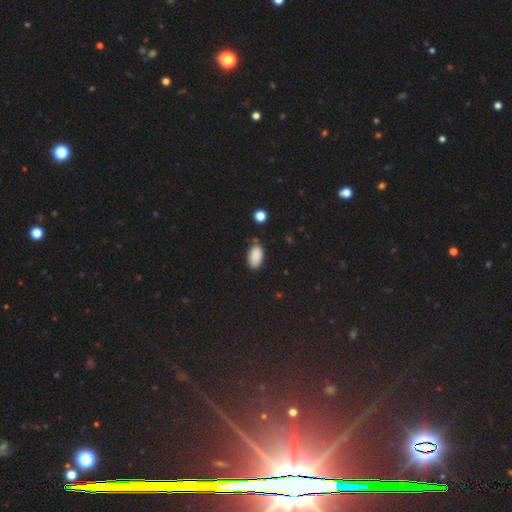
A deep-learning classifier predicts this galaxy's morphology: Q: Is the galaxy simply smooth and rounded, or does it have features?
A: smooth — 88%.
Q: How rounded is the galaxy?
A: in between — 94%.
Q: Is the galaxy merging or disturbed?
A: none — 79%.